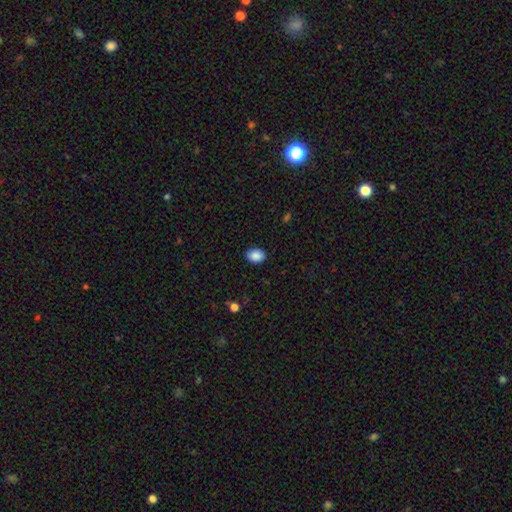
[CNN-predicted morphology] This is clearly a smooth galaxy (89%). How rounded: likely in between (71%). Merging: clearly none (89%).